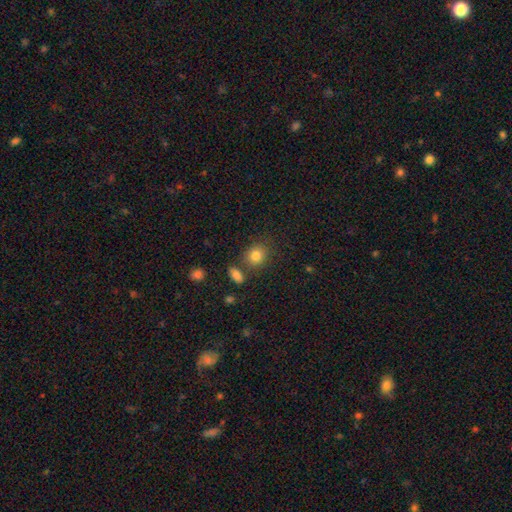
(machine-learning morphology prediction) Q: Smooth or featured?
A: smooth (82%); runner-up: star or artifact (11%)
Q: How rounded?
A: round (68%); runner-up: in between (30%)
Q: Merging?
A: none (74%); runner-up: minor disturbance (12%)